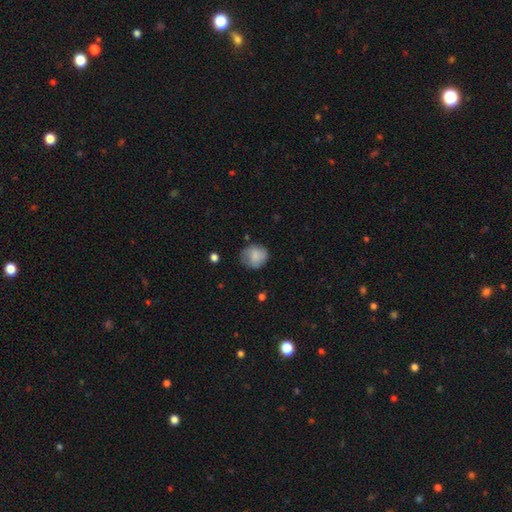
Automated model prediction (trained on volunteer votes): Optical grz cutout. It shows a smooth galaxy with no disk features (76%) that is round (75%). Merging: none (66%).